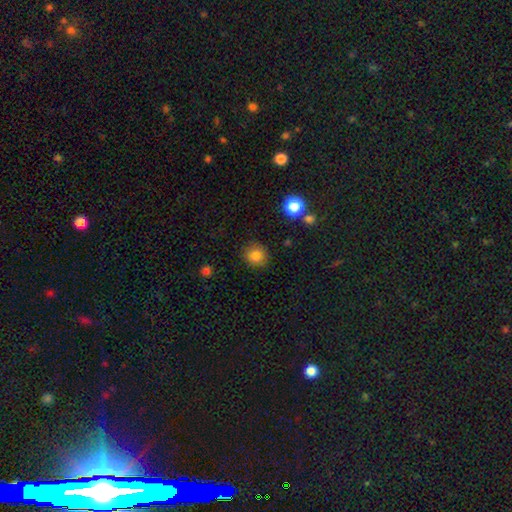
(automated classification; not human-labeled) Q: Smooth or featured?
A: smooth (83%); runner-up: star or artifact (11%)
Q: How rounded?
A: round (88%); runner-up: in between (11%)
Q: Merging?
A: none (86%); runner-up: minor disturbance (9%)